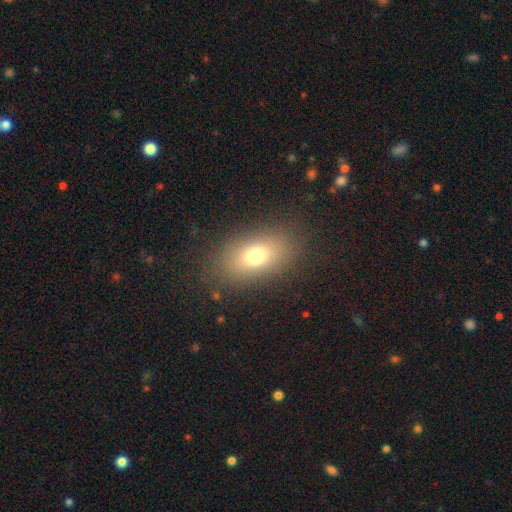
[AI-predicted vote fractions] The model was most divided on "smooth or featured": smooth: 74%, featured or disk: 14%, star or artifact: 12%. More confident: how rounded — in between (86%); merging — none (84%).